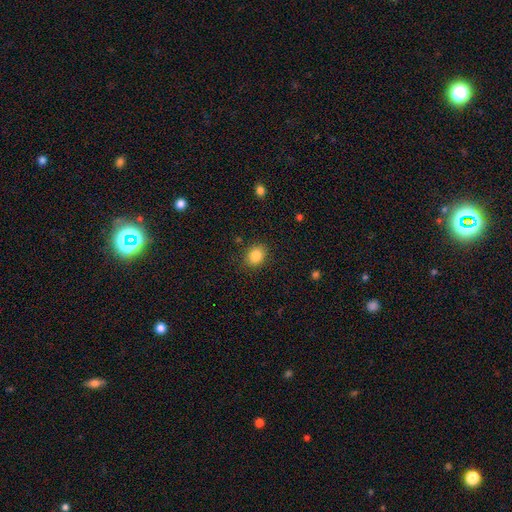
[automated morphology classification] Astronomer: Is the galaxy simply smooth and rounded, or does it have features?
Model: smooth — 85%.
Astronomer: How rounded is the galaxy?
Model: round — 55% (runner-up: in between, 44%).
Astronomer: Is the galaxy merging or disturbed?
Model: none — 86%.